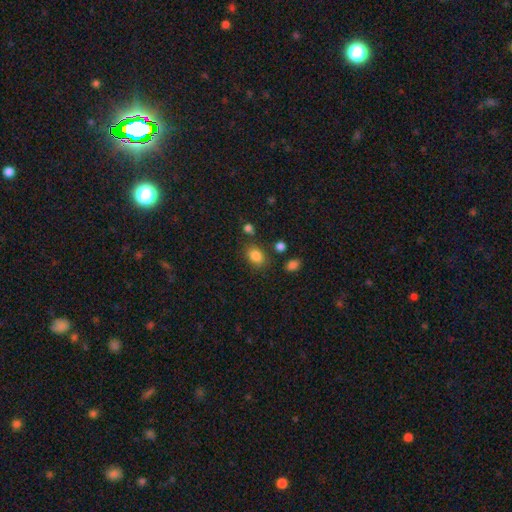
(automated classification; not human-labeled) Smooth or featured: smooth — 84% (star or artifact — 10%)
How rounded: in between — 72% (round — 27%)
Merging: none — 75% (minor disturbance — 14%)